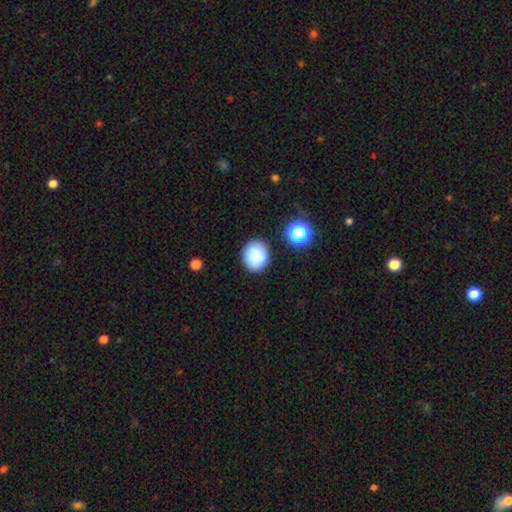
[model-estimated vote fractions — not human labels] The model was most divided on "how rounded": round: 72%, in between: 27%, cigar-shaped: 1%. More confident: merging — none (83%); smooth or featured — smooth (83%).